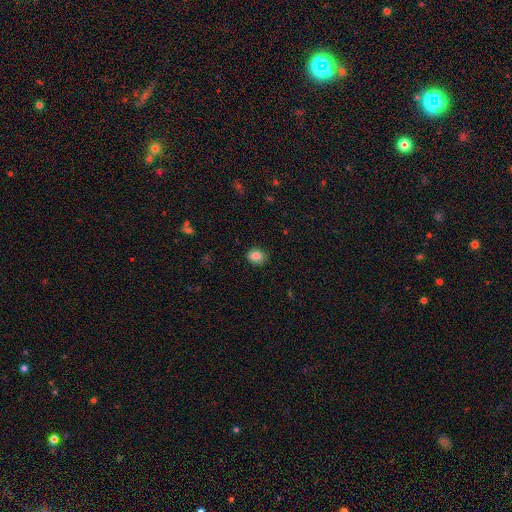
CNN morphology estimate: The model was most divided on "how rounded": round: 62%, in between: 37%, cigar-shaped: 1%. More confident: smooth or featured — smooth (84%); merging — none (83%).